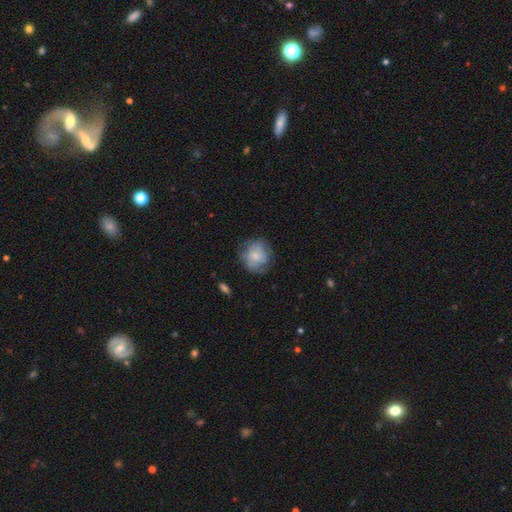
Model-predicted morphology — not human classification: Overall: smooth (54%; featured or disk 39%). How rounded: round (79%). Merging: none (65%).